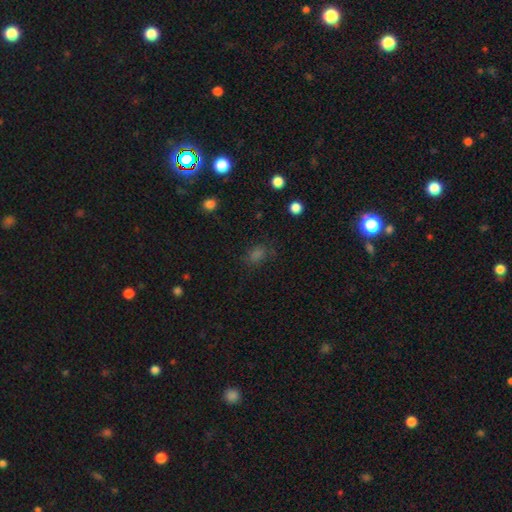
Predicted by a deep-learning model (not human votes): The model was most divided on "how rounded": in between: 61%, round: 37%, cigar-shaped: 2%. More confident: merging — none (73%); smooth or featured — smooth (61%).